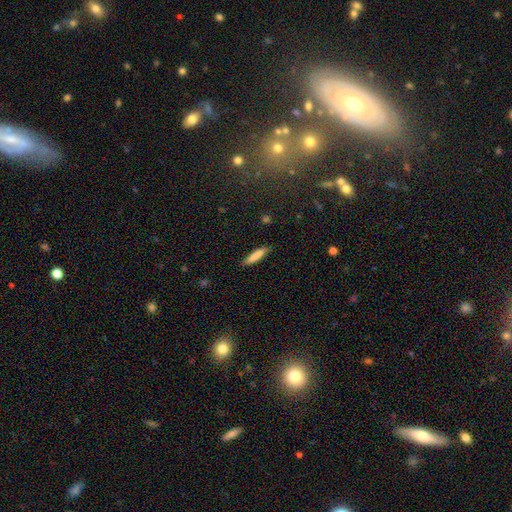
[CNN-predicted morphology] A smooth galaxy with no disk features (83%) that is cigar-shaped (85%).

Vote fractions:
- Smooth or featured? smooth: 83% / featured or disk: 11% / star or artifact: 6%
- How rounded? cigar-shaped: 85% / in between: 14% / round: 1%
- Merging? none: 86% / minor disturbance: 10% / major disturbance: 2% / merger: 1%